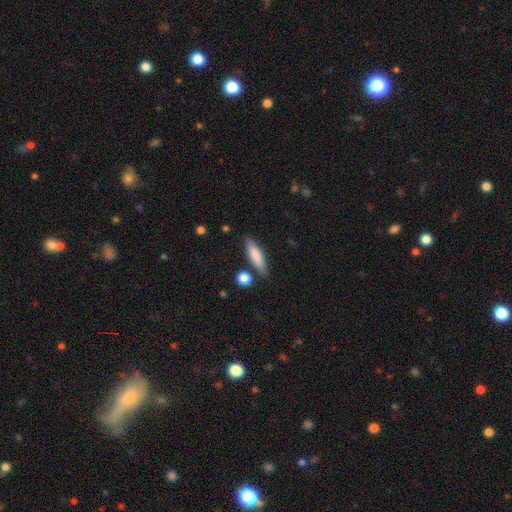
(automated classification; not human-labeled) A smooth galaxy with no disk features (80%) that is cigar-shaped (64%). Merging: none (79%).